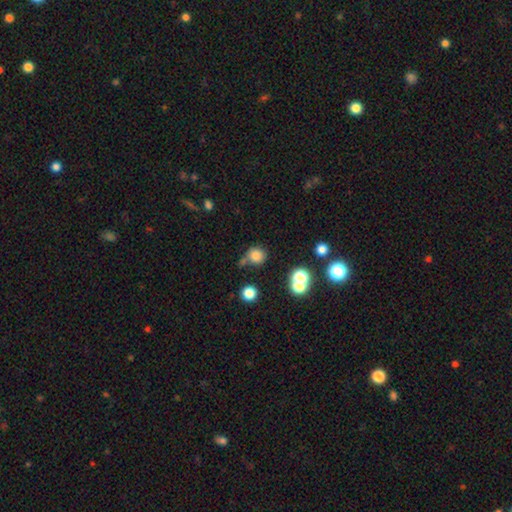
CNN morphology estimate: A smooth galaxy with no disk features (78%) that is round (87%).

Vote fractions:
- Smooth or featured? smooth: 78% / star or artifact: 14% / featured or disk: 7%
- How rounded? round: 87% / in between: 12% / cigar-shaped: 1%
- Merging? none: 61% / merger: 17% / minor disturbance: 15% / major disturbance: 6%